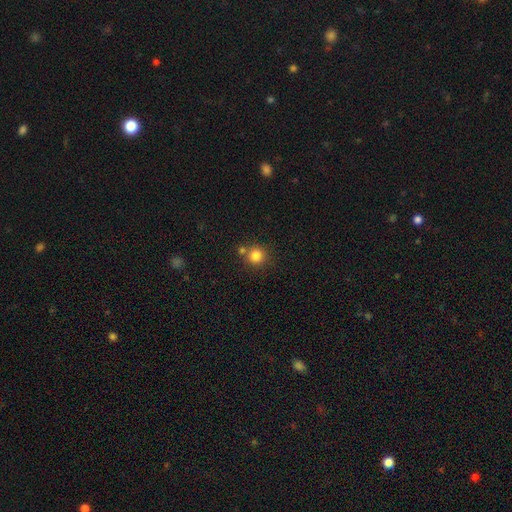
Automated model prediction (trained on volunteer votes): Smooth or featured?
  - smooth: 82% *
  - star or artifact: 12%
  - featured or disk: 6%
How rounded?
  - round: 93% *
  - in between: 6%
  - cigar-shaped: 1%
Merging?
  - none: 72% *
  - merger: 17%
  - minor disturbance: 8%
  - major disturbance: 3%